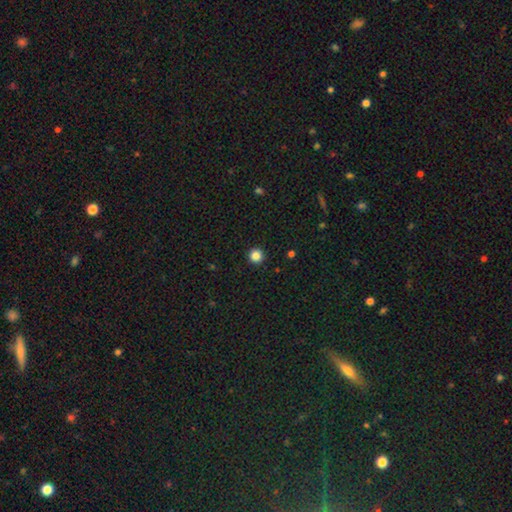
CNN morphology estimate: Smooth or featured? Predicted: smooth (p=0.85). How rounded? Predicted: round (p=0.96). Merging? Predicted: none (p=0.94).